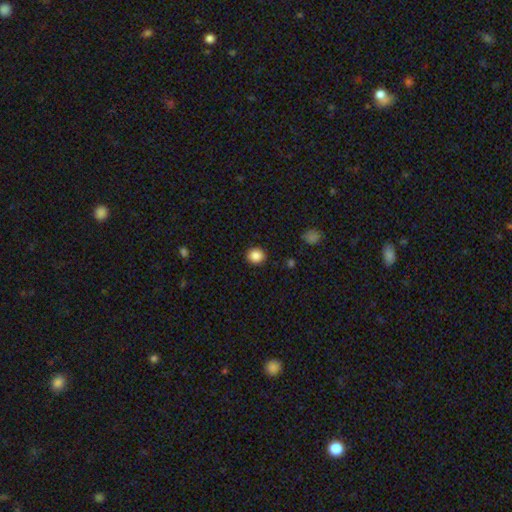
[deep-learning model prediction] Smooth or featured? smooth (86%)
How rounded? round (85%)
Merging? none (91%)